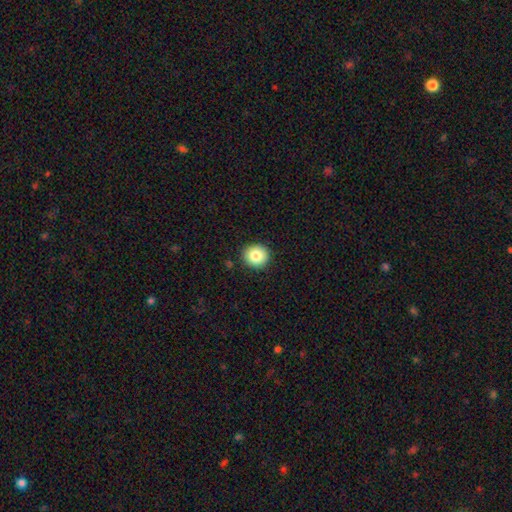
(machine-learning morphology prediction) Smooth or featured: smooth — 84% (star or artifact — 9%)
How rounded: round — 88% (in between — 11%)
Merging: none — 90% (minor disturbance — 7%)